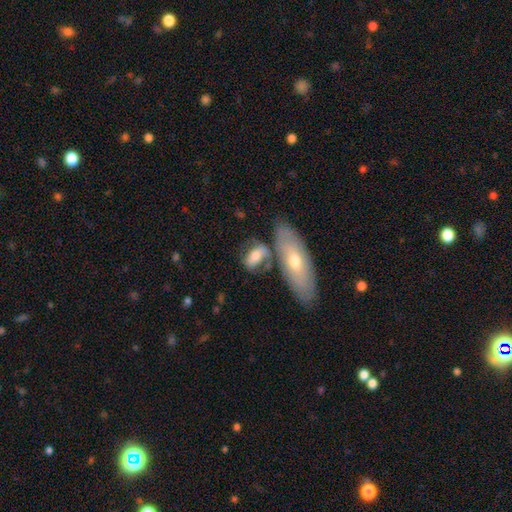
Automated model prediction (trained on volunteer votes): Smooth or featured? smooth (62%)
How rounded? in between (77%)
Merging? none (43%)